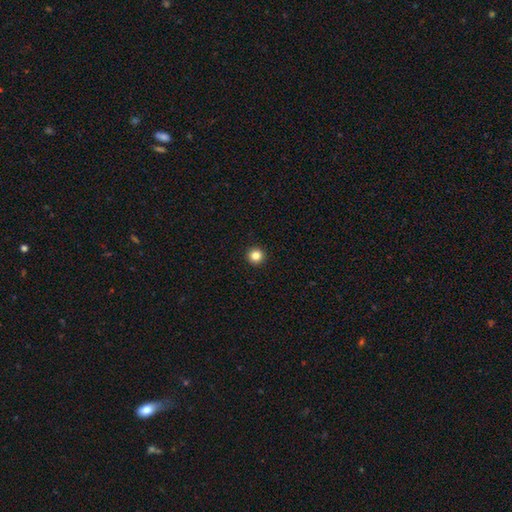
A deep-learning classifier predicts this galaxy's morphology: This is clearly a smooth galaxy (83%). How rounded: clearly round (96%). Merging: clearly none (94%).